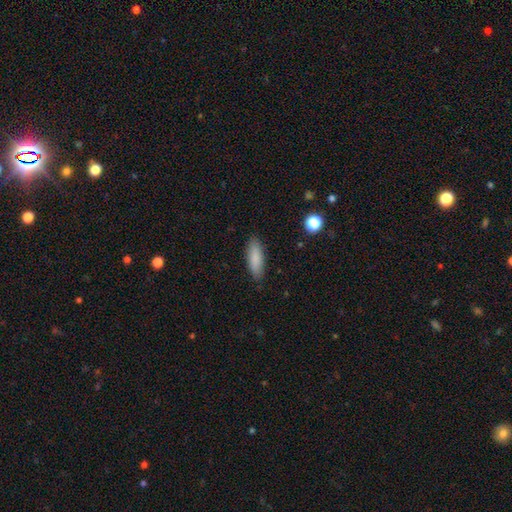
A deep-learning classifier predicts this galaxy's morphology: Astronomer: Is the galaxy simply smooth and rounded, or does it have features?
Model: smooth — 86%.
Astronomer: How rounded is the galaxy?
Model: in between — 52% (runner-up: cigar-shaped, 46%).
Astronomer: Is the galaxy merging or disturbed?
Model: none — 88%.